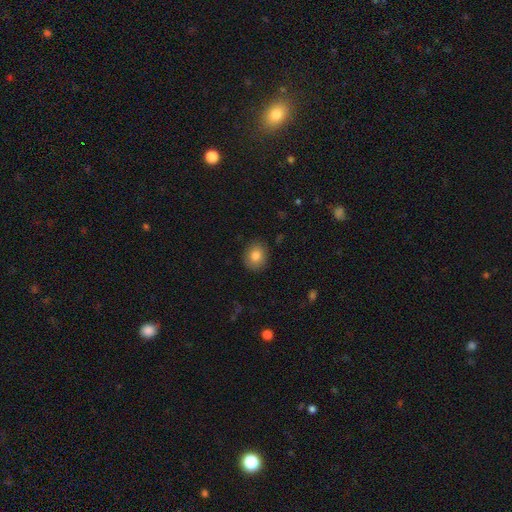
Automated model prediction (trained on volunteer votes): The model was most divided on "how rounded": round: 69%, in between: 30%, cigar-shaped: 1%. More confident: merging — none (88%); smooth or featured — smooth (81%).